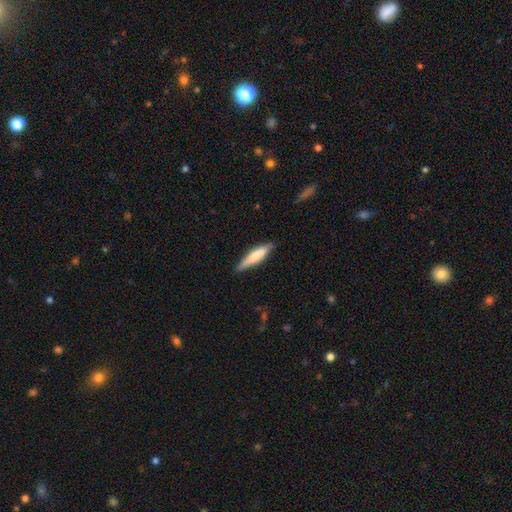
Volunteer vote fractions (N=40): Smooth or featured? 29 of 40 (72%) said smooth. How rounded? 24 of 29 (83%) said cigar-shaped. Merging? 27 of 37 (73%) said none.